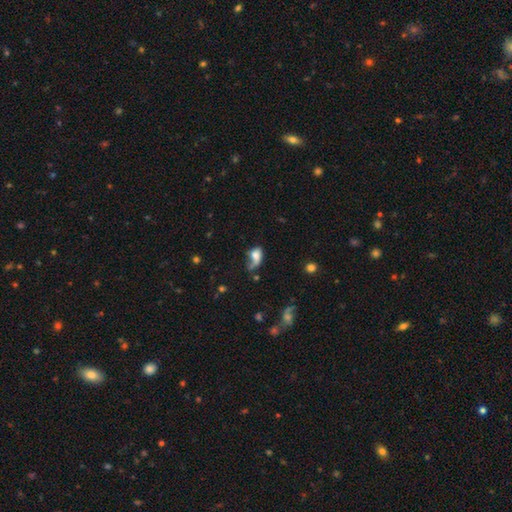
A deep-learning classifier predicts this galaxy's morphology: Overall: smooth (63%; featured or disk 25%). How rounded: in between (80%). Merging: major disturbance (34%; none 26%).